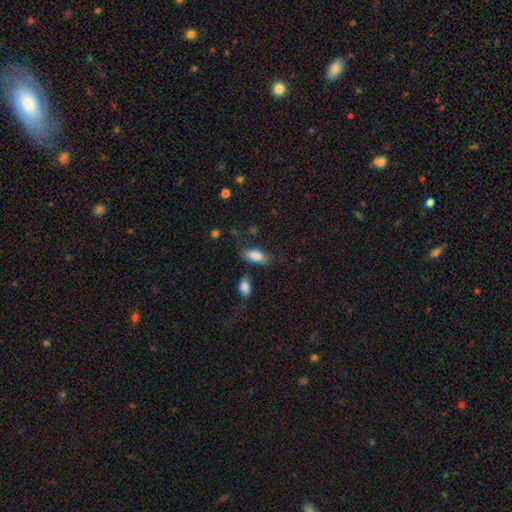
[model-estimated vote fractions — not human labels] Smooth or featured?
  - smooth: 84% *
  - star or artifact: 8%
  - featured or disk: 8%
How rounded?
  - in between: 86% *
  - cigar-shaped: 10%
  - round: 4%
Merging?
  - none: 55% *
  - minor disturbance: 25%
  - major disturbance: 12%
  - merger: 8%